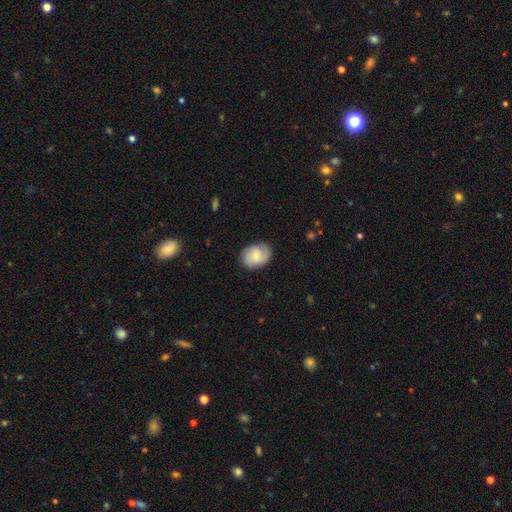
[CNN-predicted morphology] smooth_or_featured: smooth (p=0.61) [alt: featured or disk p=0.32]
how_rounded: in between (p=0.67) [alt: round p=0.32]
merging: none (p=0.79) [alt: minor disturbance p=0.16]